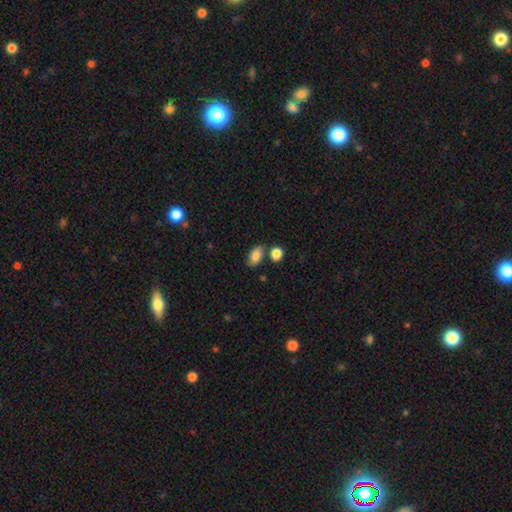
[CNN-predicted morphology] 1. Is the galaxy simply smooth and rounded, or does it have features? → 83% smooth, 9% star or artifact, 8% featured or disk.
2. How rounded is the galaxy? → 89% in between, 9% round, 3% cigar-shaped.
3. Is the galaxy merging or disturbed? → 67% none, 15% minor disturbance, 14% merger, 4% major disturbance.